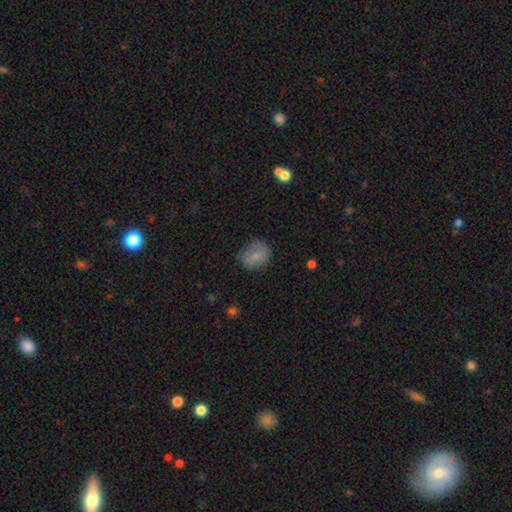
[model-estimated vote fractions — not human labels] Q: Smooth or featured?
A: smooth (76%); runner-up: featured or disk (15%)
Q: How rounded?
A: round (55%); runner-up: in between (44%)
Q: Merging?
A: none (65%); runner-up: minor disturbance (24%)